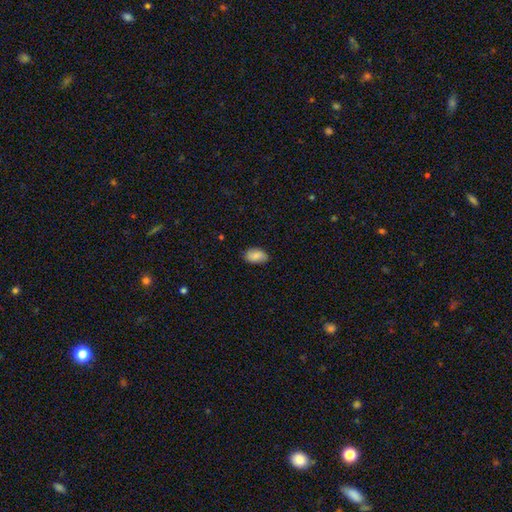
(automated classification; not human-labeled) Smooth or featured? Predicted: smooth (p=0.83). How rounded? Predicted: in between (p=0.90). Merging? Predicted: none (p=0.80).